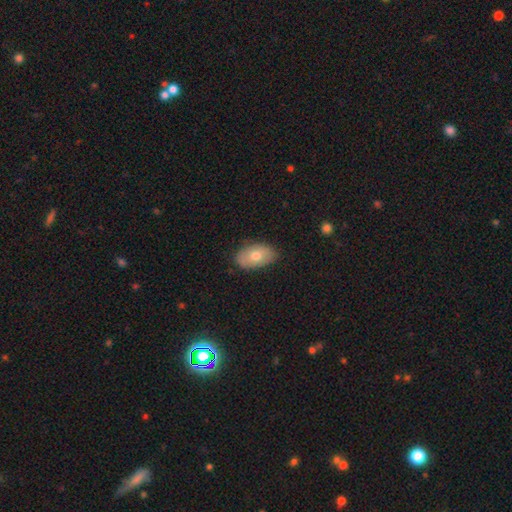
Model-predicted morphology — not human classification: Overall: smooth (70%). How rounded: in between (91%). Merging: none (83%).